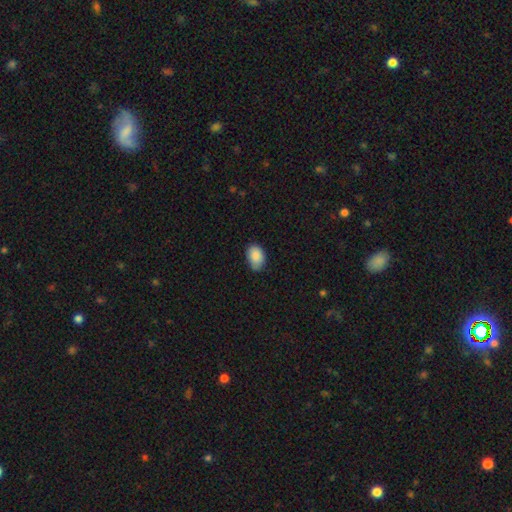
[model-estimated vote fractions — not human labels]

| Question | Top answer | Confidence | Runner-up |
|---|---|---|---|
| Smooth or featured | smooth | 88% | star or artifact (7%) |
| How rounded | in between | 85% | round (14%) |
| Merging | none | 68% | minor disturbance (27%) |